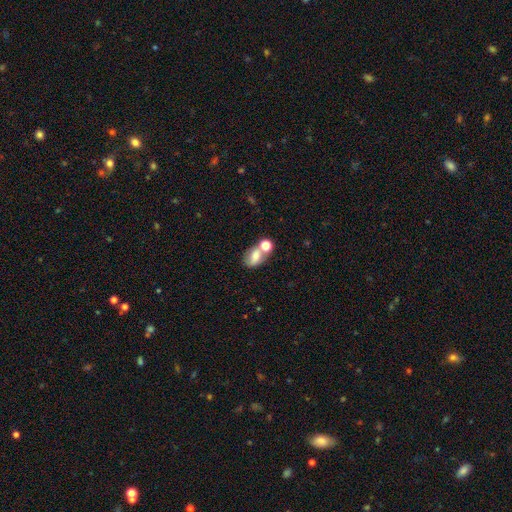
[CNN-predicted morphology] type=smooth (68%); roundness=in between (74%); merging=merger (43%).